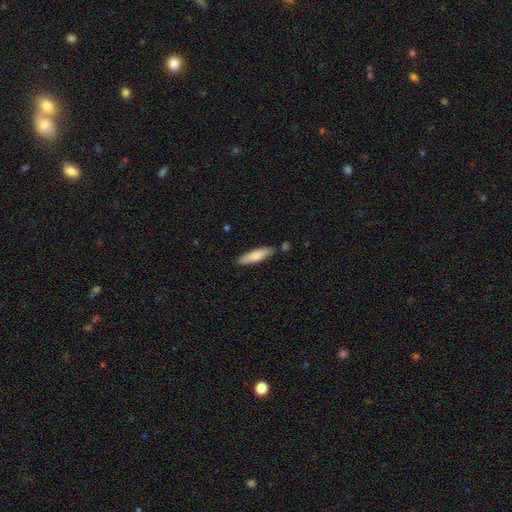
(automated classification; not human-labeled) Smooth or featured? Predicted: smooth (p=0.75). How rounded? Predicted: cigar-shaped (p=0.66). Merging? Predicted: none (p=0.81).